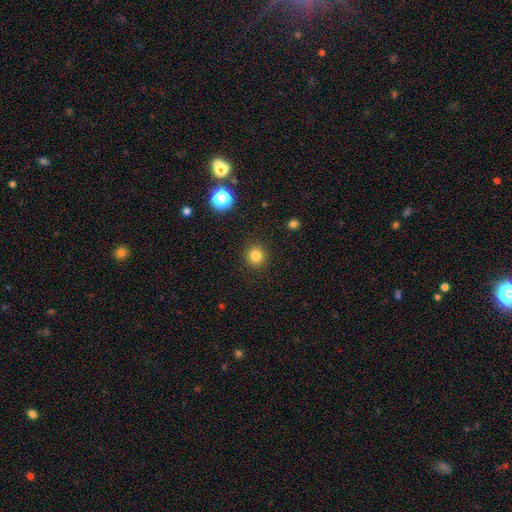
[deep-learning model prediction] Q: Smooth or featured?
A: smooth (82%); runner-up: star or artifact (13%)
Q: How rounded?
A: round (93%); runner-up: in between (6%)
Q: Merging?
A: none (91%); runner-up: minor disturbance (6%)